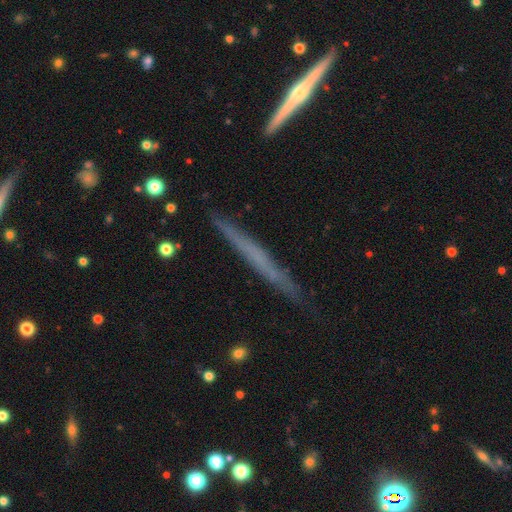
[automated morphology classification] A featured or disk galaxy (59%) viewed edge-on (97%) with no central bulge (77%). Merging: none (85%).